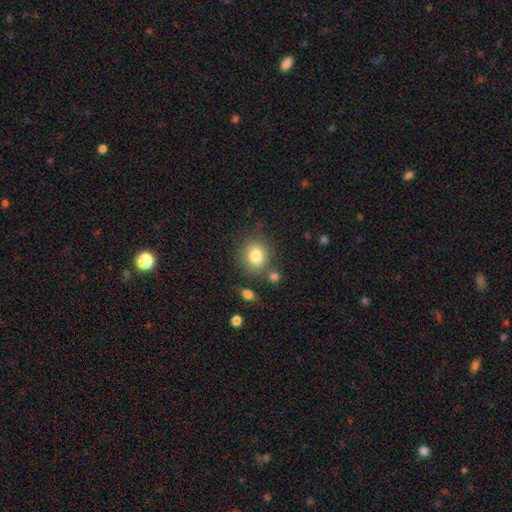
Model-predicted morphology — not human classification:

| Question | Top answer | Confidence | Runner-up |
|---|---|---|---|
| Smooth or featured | smooth | 81% | star or artifact (10%) |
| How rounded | round | 79% | in between (20%) |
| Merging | none | 74% | minor disturbance (13%) |